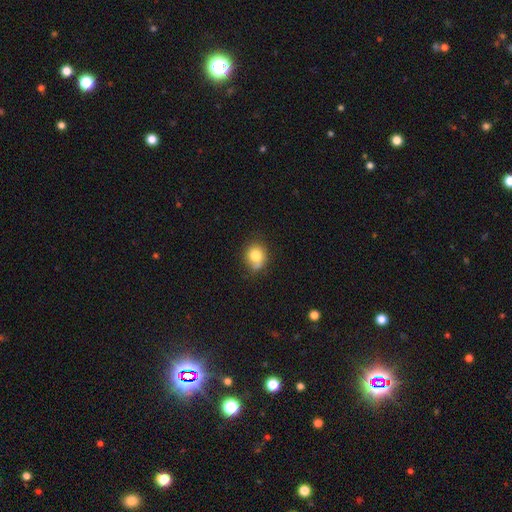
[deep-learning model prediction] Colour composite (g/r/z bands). It shows a smooth galaxy with no disk features (79%) that is round (71%). Merging: none (58%).